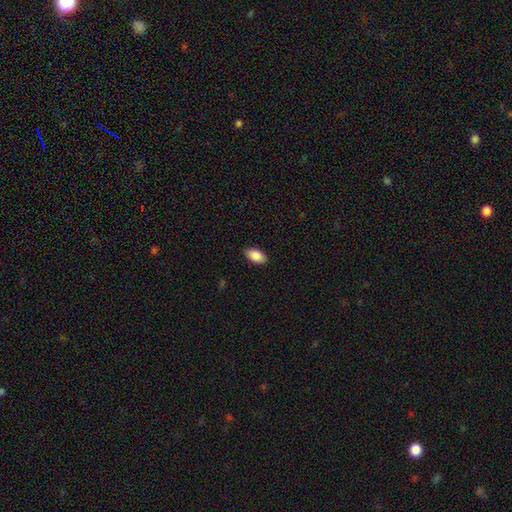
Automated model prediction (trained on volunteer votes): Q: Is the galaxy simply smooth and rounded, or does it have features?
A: smooth — 88%.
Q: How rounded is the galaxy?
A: in between — 94%.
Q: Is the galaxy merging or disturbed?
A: none — 89%.